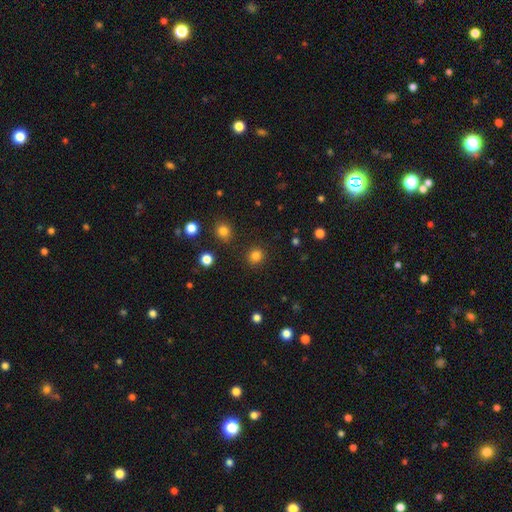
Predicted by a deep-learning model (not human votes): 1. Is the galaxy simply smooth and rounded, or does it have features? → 83% smooth, 13% star or artifact, 4% featured or disk.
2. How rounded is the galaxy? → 91% round, 9% in between, 1% cigar-shaped.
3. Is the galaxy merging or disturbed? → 90% none, 6% minor disturbance, 2% major disturbance, 2% merger.